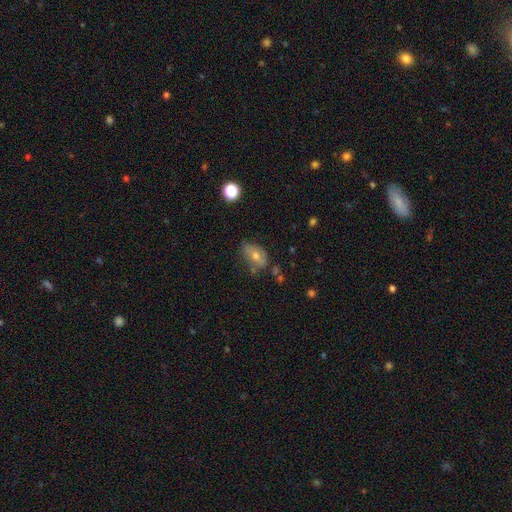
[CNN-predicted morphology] This is likely a smooth galaxy (63%). How rounded: clearly in between (86%). Merging: possibly none (51%).